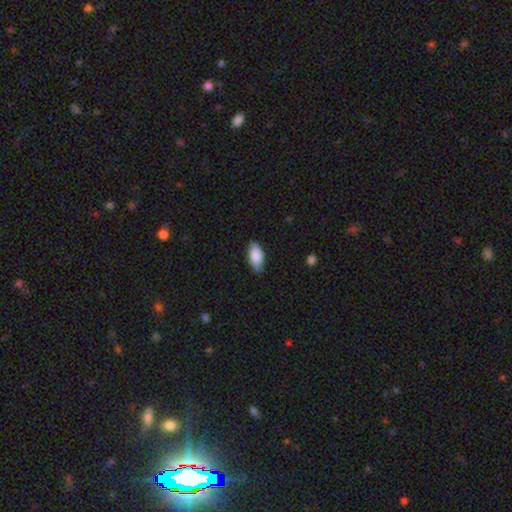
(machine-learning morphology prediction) smooth-or-featured: smooth: 84% | featured or disk: 9% | star or artifact: 6%
  how-rounded: in between: 92% | cigar-shaped: 6% | round: 3%
  merging: none: 77% | minor disturbance: 19% | major disturbance: 3% | merger: 1%